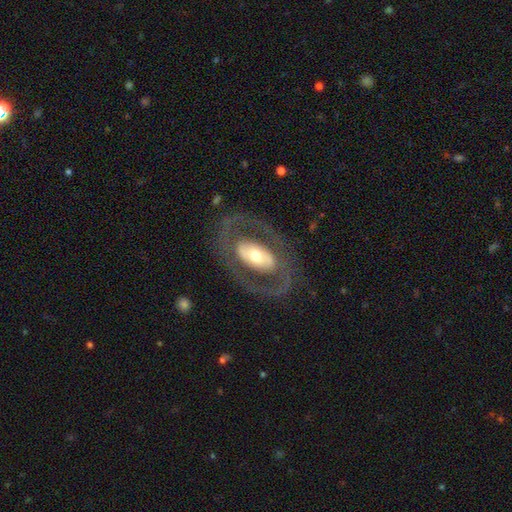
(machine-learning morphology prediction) Overall: featured or disk (74%). Edge-on disk: no (92%). Bar: no (45%; strong 31%). Spiral arms: no (54%; yes 46%). Bulge size: moderate (59%; small 21%). Merging: none (75%).